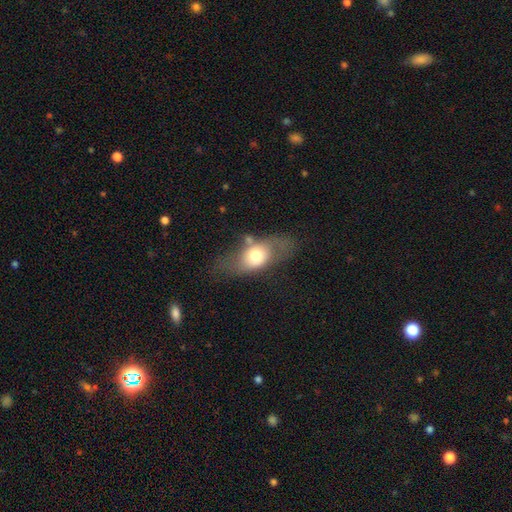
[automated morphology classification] smooth 58%, featured or disk 34%, star or artifact 8%. Down the decision tree: how rounded — in between (74%); merging — none (53%).